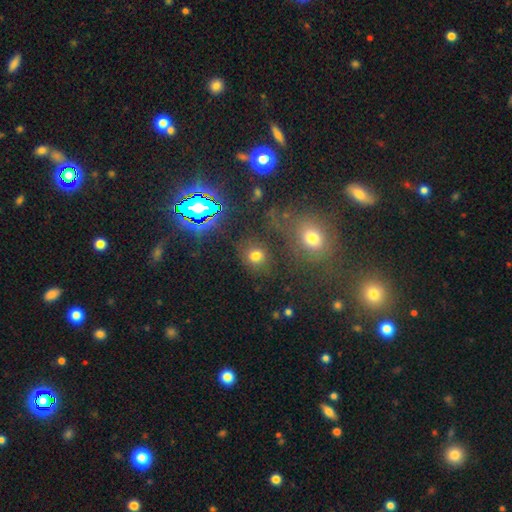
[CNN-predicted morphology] The model was most divided on "smooth or featured": smooth: 69%, star or artifact: 23%, featured or disk: 8%. More confident: how rounded — round (78%); merging — none (74%).